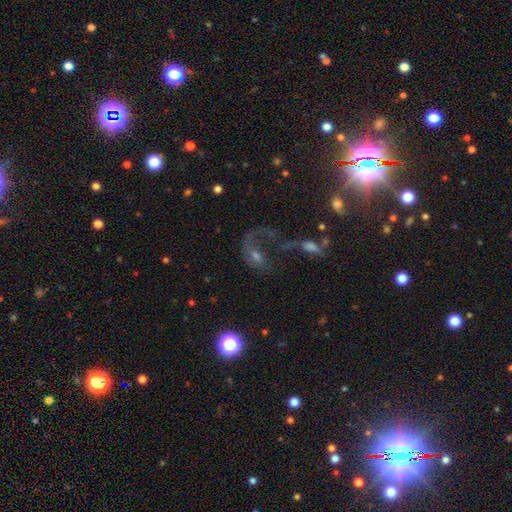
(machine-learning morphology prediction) smooth-or-featured: featured or disk: 59% | smooth: 21% | star or artifact: 20%
  disk-edge-on: no: 96% | yes: 4%
    bar: no: 66% | weak: 26% | strong: 8%
    has-spiral-arms: yes: 72% | no: 28%
    bulge-size: moderate: 43% | small: 38% | none: 10% | large: 7% | dominant: 3%
  merging: major disturbance: 44% | none: 27% | merger: 18% | minor disturbance: 11%